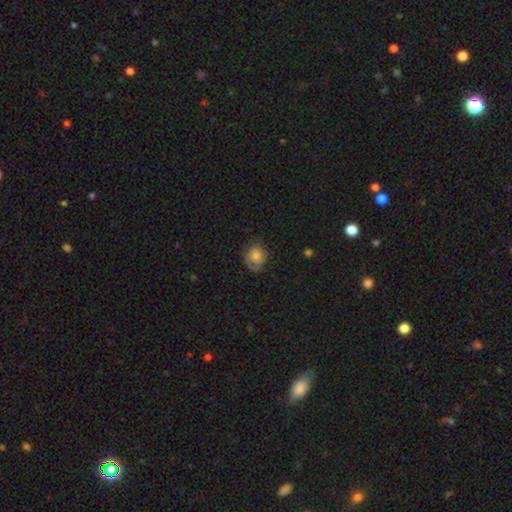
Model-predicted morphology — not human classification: Smooth or featured? smooth (64%)
How rounded? round (62%)
Merging? none (60%)